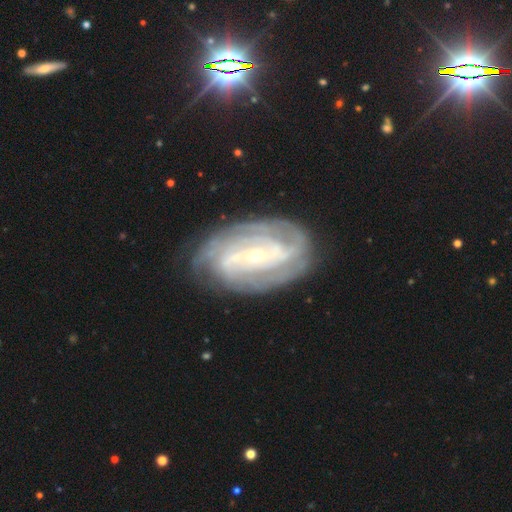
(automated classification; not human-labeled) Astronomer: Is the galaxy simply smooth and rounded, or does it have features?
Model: featured or disk — 87%.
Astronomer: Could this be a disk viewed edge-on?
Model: no — 96%.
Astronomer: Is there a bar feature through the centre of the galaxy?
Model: weak — 35% (runner-up: strong, 34%).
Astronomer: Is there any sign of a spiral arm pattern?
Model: yes — 96%.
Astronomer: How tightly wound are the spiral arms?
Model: tight — 64%.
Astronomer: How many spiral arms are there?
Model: can't tell — 27% (runner-up: 2, 25%).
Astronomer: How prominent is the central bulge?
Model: small — 72%.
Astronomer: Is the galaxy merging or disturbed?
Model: none — 78%.